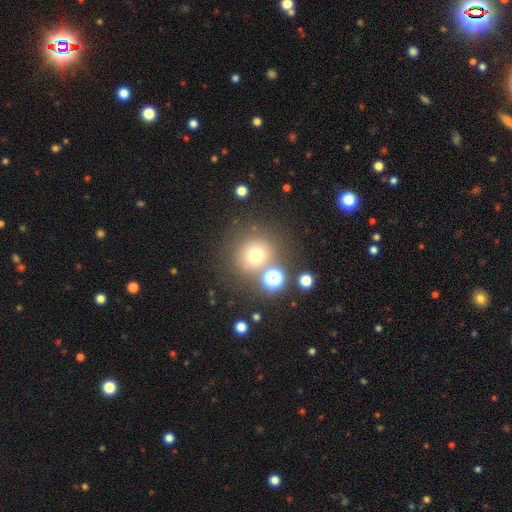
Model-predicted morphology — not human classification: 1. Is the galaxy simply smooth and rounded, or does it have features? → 70% smooth, 20% star or artifact, 11% featured or disk.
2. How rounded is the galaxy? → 91% round, 8% in between, 1% cigar-shaped.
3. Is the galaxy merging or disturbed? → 73% none, 12% merger, 10% minor disturbance, 5% major disturbance.